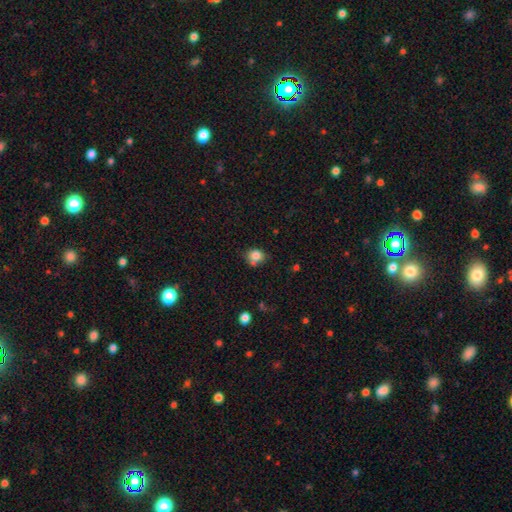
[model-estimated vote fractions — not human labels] Smooth or featured? Predicted: smooth (p=0.81). How rounded? Predicted: round (p=0.71). Merging? Predicted: none (p=0.61).